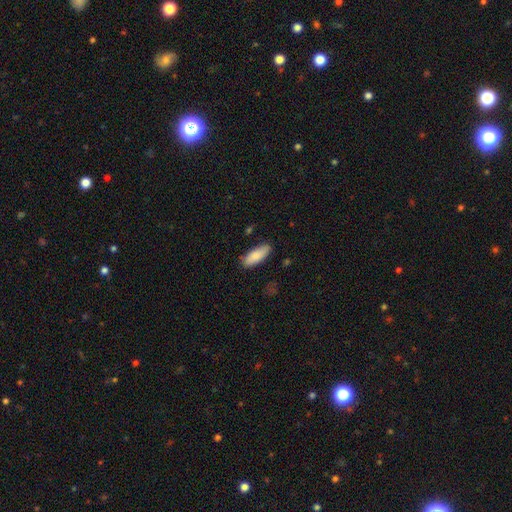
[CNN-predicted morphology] smooth 86%, featured or disk 9%, star or artifact 6%. Down the decision tree: how rounded — in between (72%); merging — none (85%).